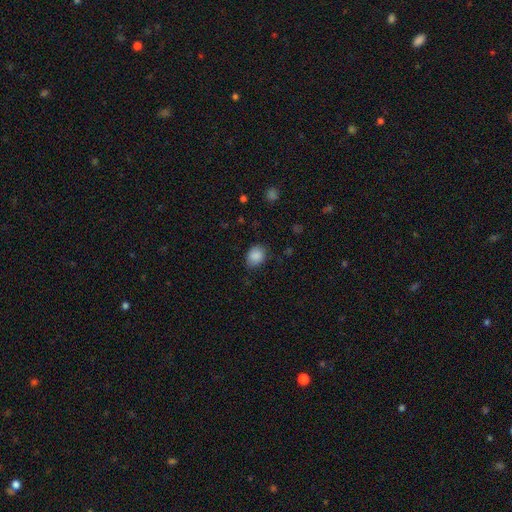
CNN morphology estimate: The model was most divided on "how rounded": in between: 51%, round: 48%, cigar-shaped: 1%. More confident: smooth or featured — smooth (88%); merging — none (76%).